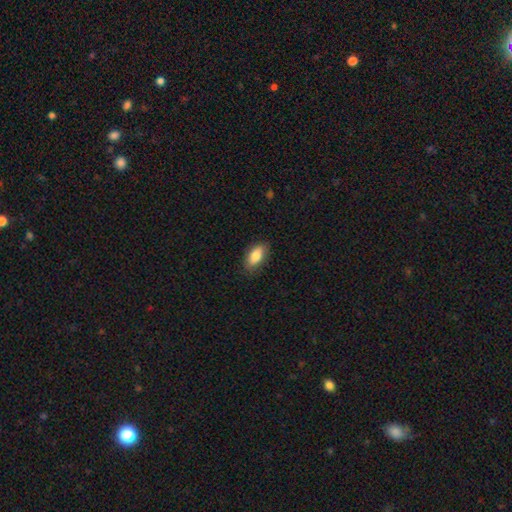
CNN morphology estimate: Smooth or featured?
  - smooth: 83% *
  - featured or disk: 11%
  - star or artifact: 7%
How rounded?
  - in between: 88% *
  - cigar-shaped: 8%
  - round: 4%
Merging?
  - none: 84% *
  - minor disturbance: 12%
  - major disturbance: 3%
  - merger: 1%